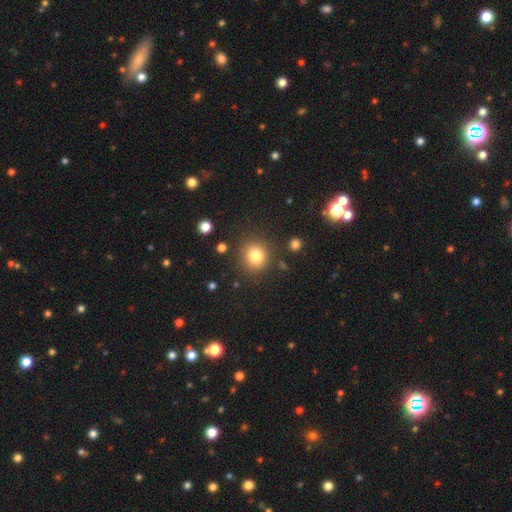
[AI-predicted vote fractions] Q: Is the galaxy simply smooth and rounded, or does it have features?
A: smooth — 81%.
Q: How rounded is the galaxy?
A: round — 86%.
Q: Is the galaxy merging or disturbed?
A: none — 83%.